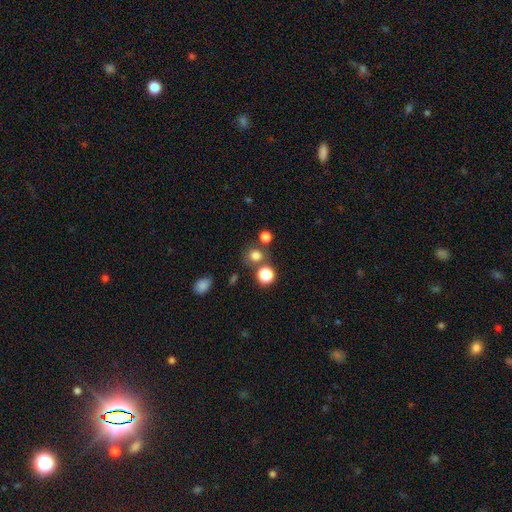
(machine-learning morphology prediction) Smooth or featured: smooth — 75% (star or artifact — 18%)
How rounded: round — 84% (in between — 15%)
Merging: none — 69% (merger — 17%)